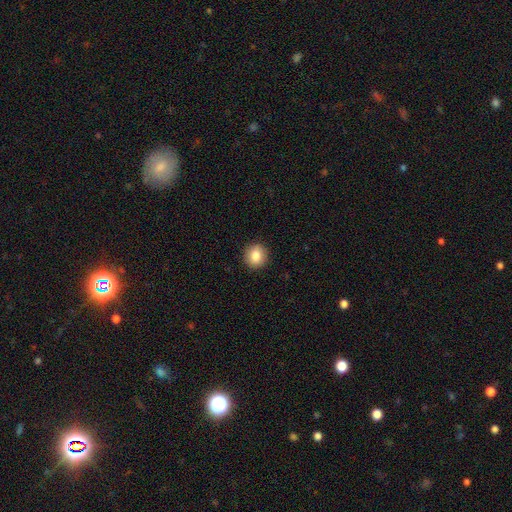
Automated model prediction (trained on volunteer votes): Smooth or featured? Predicted: smooth (p=0.84). How rounded? Predicted: round (p=0.85). Merging? Predicted: none (p=0.91).